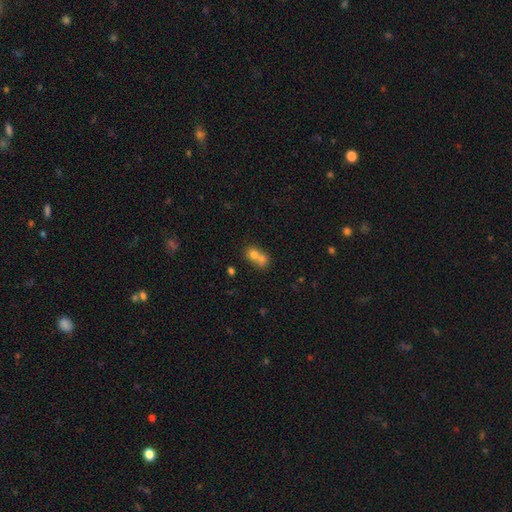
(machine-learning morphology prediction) Overall: smooth (71%). How rounded: round (61%; in between 38%). Merging: merger (71%).